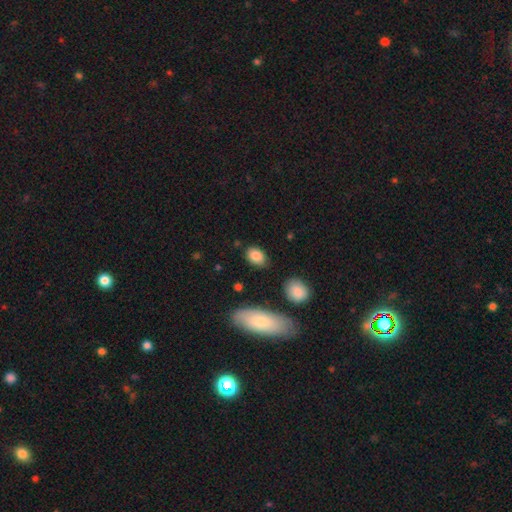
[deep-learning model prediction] Morphology: type=smooth (85%); roundness=in between (81%); merging=none (77%).